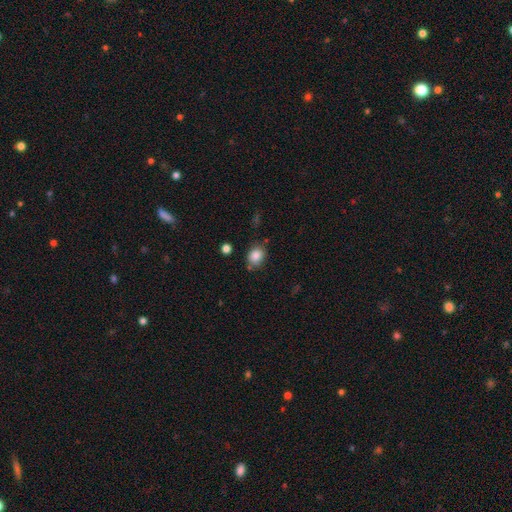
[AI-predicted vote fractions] This is clearly a smooth galaxy (86%). How rounded: possibly round (52%). Merging: likely none (75%).